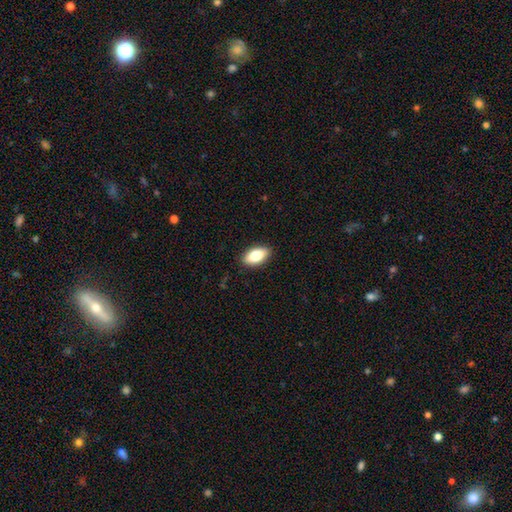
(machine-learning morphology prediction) This is likely a smooth galaxy (79%). How rounded: clearly in between (90%). Merging: clearly none (89%).